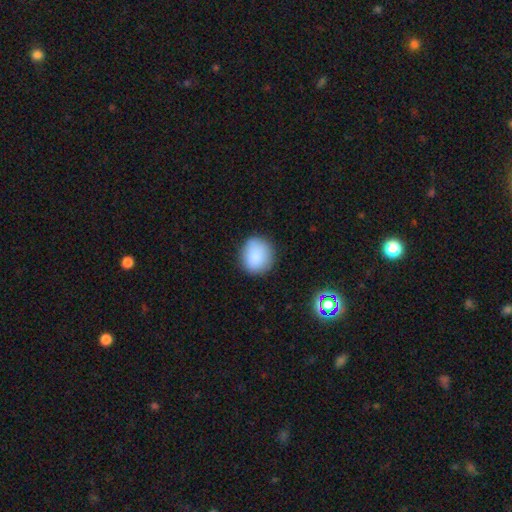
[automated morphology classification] smooth-or-featured: smooth: 86% | star or artifact: 8% | featured or disk: 6%
  how-rounded: round: 84% | in between: 15% | cigar-shaped: 1%
  merging: none: 84% | minor disturbance: 12% | major disturbance: 3% | merger: 1%